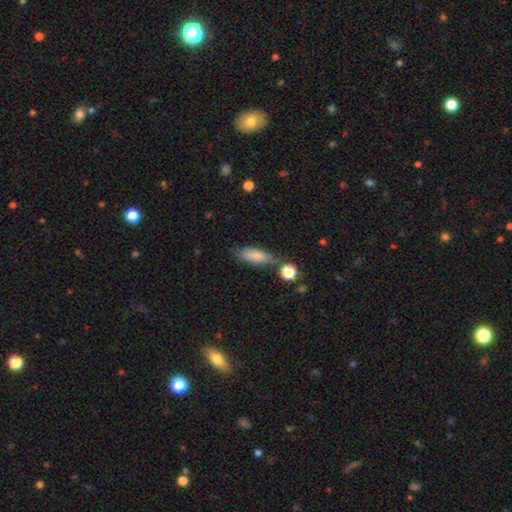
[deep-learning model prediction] A smooth galaxy with no disk features (80%) that is in between round and cigar-shaped (63%).

Vote fractions:
- Smooth or featured? smooth: 80% / featured or disk: 12% / star or artifact: 8%
- How rounded? in between: 63% / cigar-shaped: 34% / round: 3%
- Merging? none: 65% / minor disturbance: 20% / merger: 9% / major disturbance: 6%